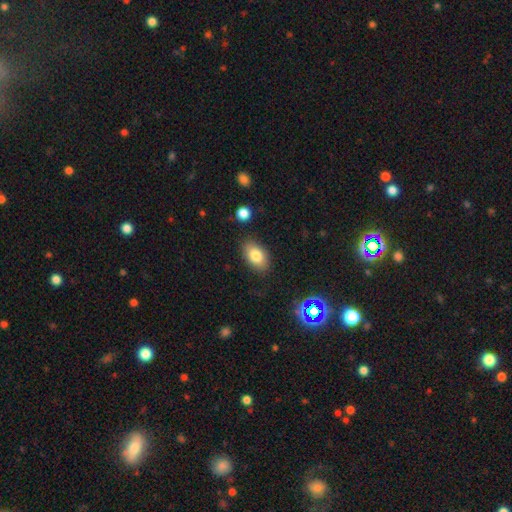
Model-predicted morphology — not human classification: The model was most divided on "smooth or featured": smooth: 81%, featured or disk: 11%, star or artifact: 8%. More confident: how rounded — in between (90%); merging — none (84%).